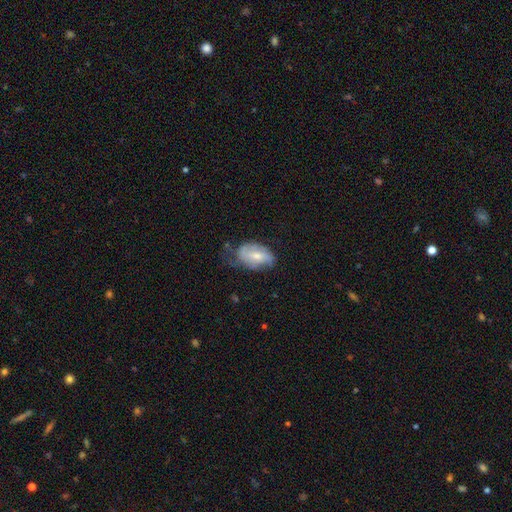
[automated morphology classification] featured or disk 50%, smooth 43%, star or artifact 7%. Down the decision tree: merging — none (38%).